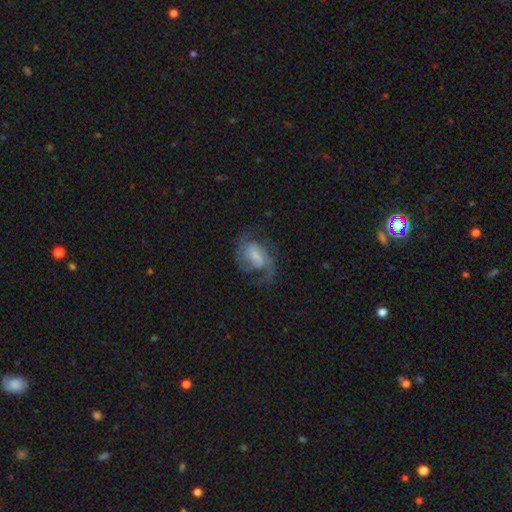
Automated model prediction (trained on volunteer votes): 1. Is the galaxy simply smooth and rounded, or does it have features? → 83% featured or disk, 11% smooth, 6% star or artifact.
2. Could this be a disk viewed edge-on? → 98% no, 2% yes.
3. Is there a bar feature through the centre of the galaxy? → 52% weak, 28% no, 21% strong.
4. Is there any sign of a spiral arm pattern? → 95% yes, 5% no.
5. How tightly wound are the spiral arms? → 53% medium, 27% loose, 20% tight.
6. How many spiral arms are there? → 75% 2, 9% 3, 7% can't tell, 5% 1, 2% 4, 2% more than 4.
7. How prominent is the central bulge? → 44% small, 26% moderate, 19% none, 9% large, 2% dominant.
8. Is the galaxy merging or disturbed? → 63% none, 18% minor disturbance, 17% major disturbance, 2% merger.